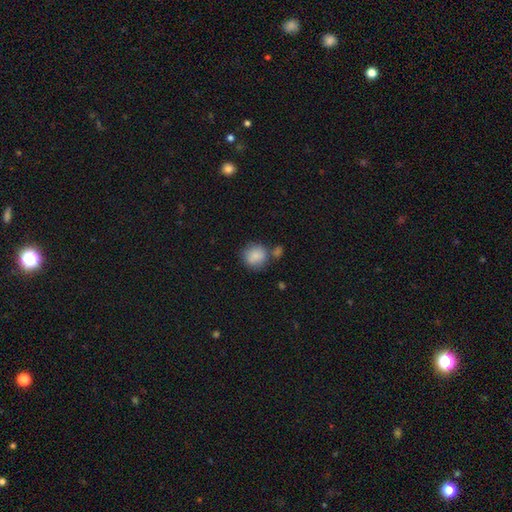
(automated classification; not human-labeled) smooth_or_featured: smooth (p=0.85) [alt: star or artifact p=0.08]
how_rounded: round (p=0.82) [alt: in between p=0.17]
merging: none (p=0.57) [alt: merger p=0.20]